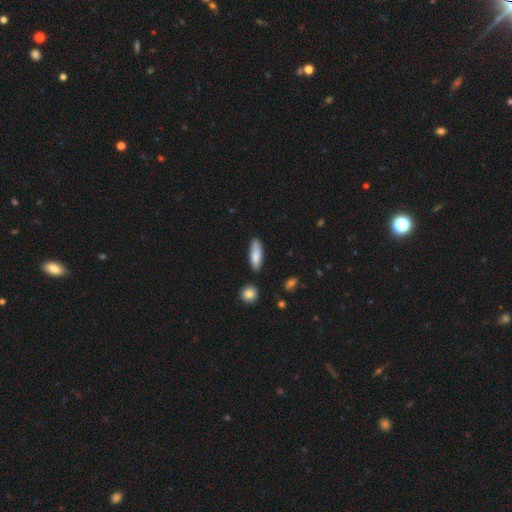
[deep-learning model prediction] smooth-or-featured: smooth: 81% | featured or disk: 13% | star or artifact: 6%
  how-rounded: in between: 55% | cigar-shaped: 43% | round: 2%
  merging: none: 79% | minor disturbance: 15% | merger: 3% | major disturbance: 3%